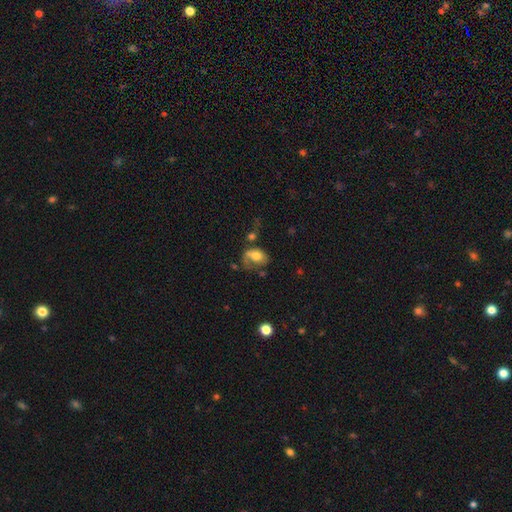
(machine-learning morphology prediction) smooth 54%, featured or disk 37%, star or artifact 9%. Down the decision tree: how rounded — in between (62%); merging — major disturbance (36%).